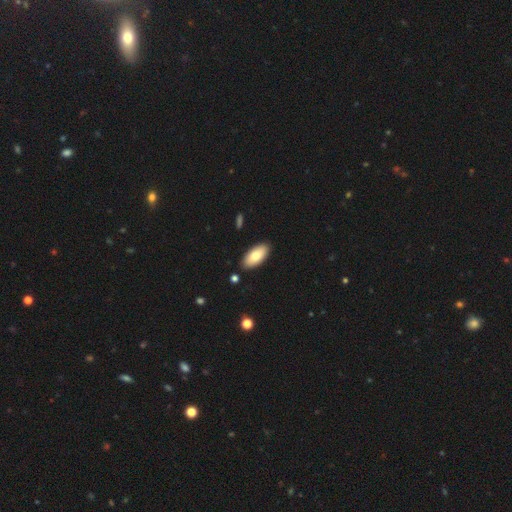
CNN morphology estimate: smooth 79%, featured or disk 15%, star or artifact 6%. Down the decision tree: how rounded — in between (92%); merging — none (88%).